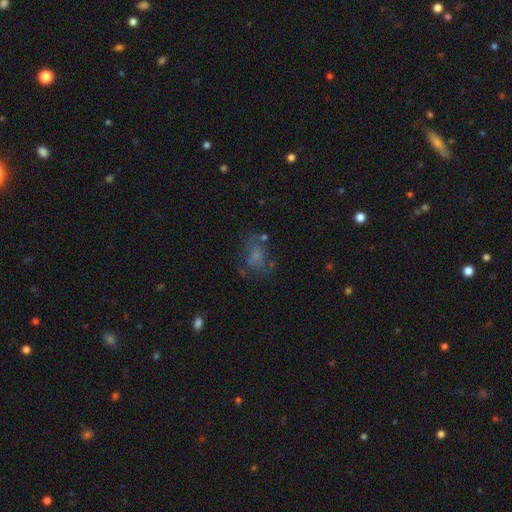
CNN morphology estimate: Q: Smooth or featured?
A: smooth (51%); runner-up: featured or disk (30%)
Q: How rounded?
A: in between (72%); runner-up: round (25%)
Q: Merging?
A: none (47%); runner-up: major disturbance (24%)